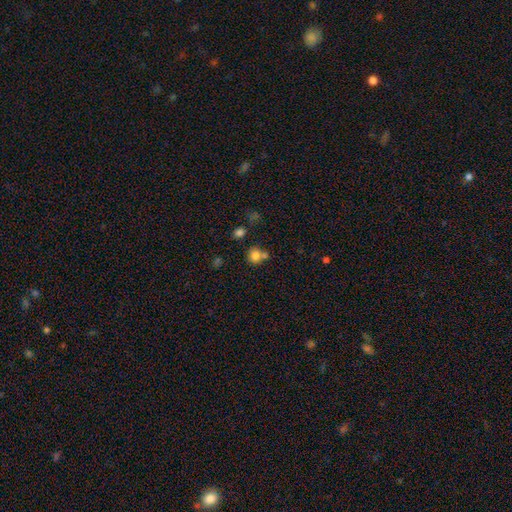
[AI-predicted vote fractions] Overall: smooth (79%). How rounded: round (84%). Merging: none (54%; merger 33%).